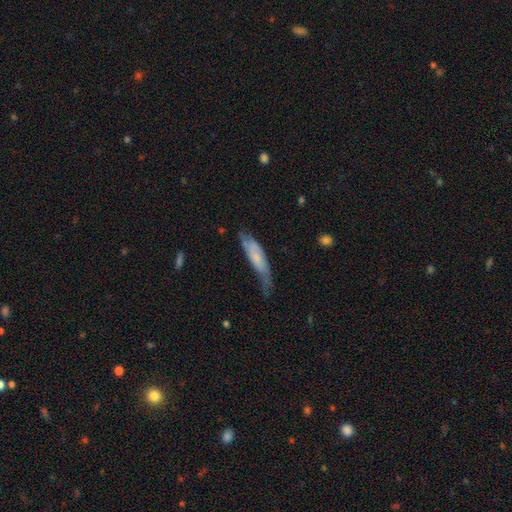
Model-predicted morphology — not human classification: This appears to be a smooth galaxy with no disk features (52%) that is cigar-shaped (62%). Merging: none (39%).